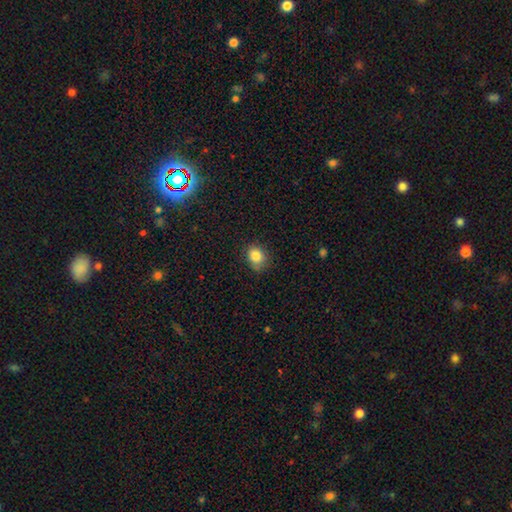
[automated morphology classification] smooth 84%, star or artifact 11%, featured or disk 6%. Down the decision tree: how rounded — round (59%); merging — none (77%).